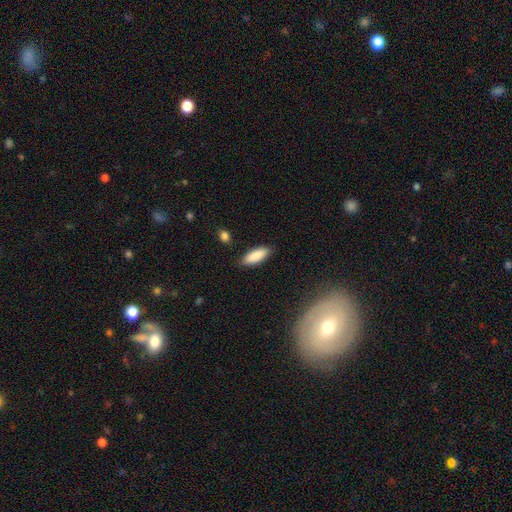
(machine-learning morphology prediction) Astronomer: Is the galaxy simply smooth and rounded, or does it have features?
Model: smooth — 88%.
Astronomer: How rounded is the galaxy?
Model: in between — 71%.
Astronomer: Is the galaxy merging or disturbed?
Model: none — 86%.